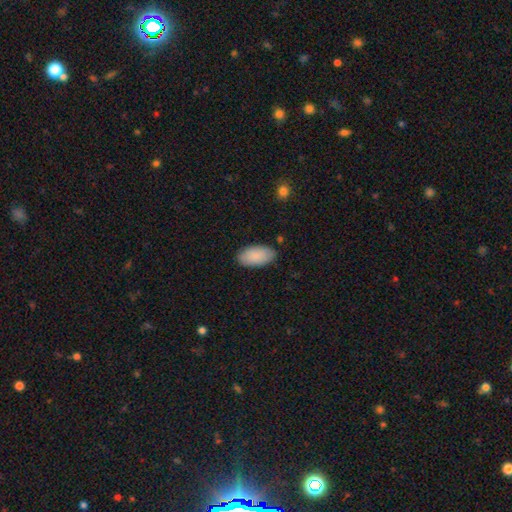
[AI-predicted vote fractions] Morphology: type=smooth (89%); roundness=in between (95%); merging=none (85%).